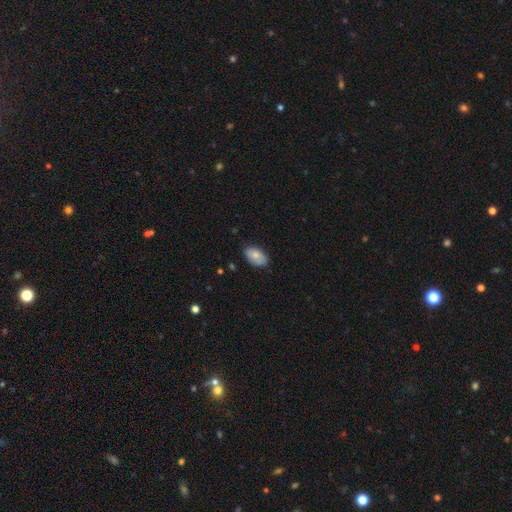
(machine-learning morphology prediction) Overall: smooth (77%). How rounded: in between (93%). Merging: none (79%).